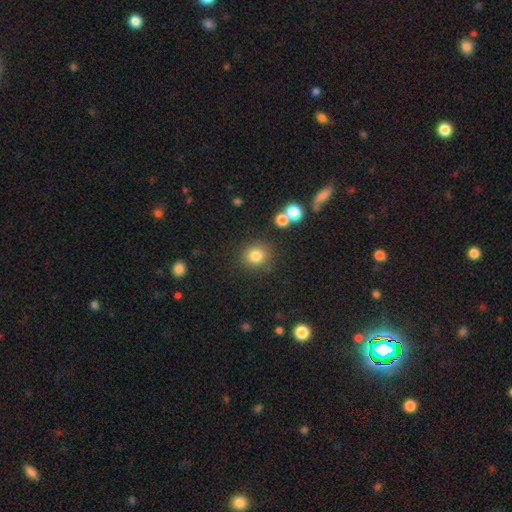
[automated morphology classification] Smooth or featured? smooth (81%)
How rounded? round (83%)
Merging? none (82%)